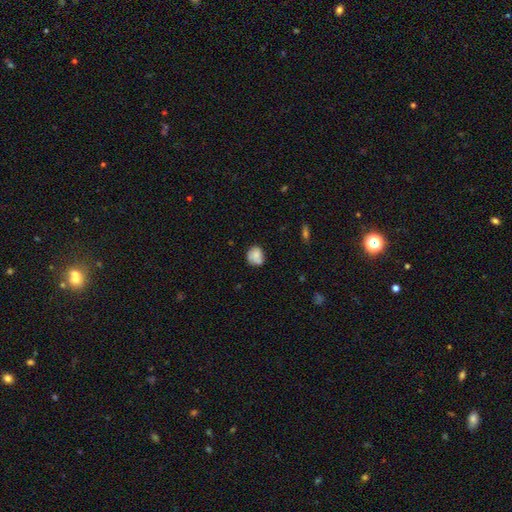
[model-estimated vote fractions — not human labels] A smooth galaxy with no disk features (75%) that is round (69%). Merging: none (60%).